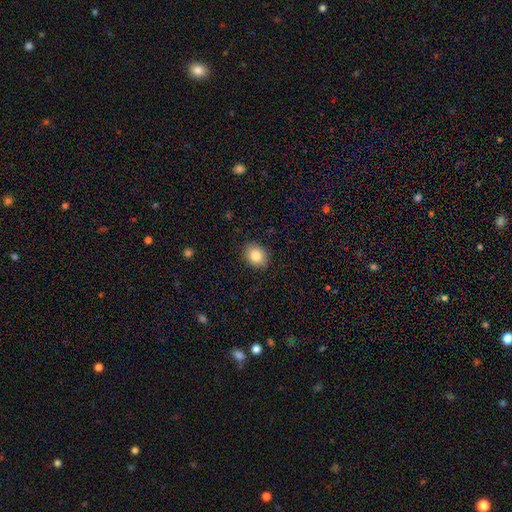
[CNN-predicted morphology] The model was most divided on "how rounded": in between: 55%, round: 44%, cigar-shaped: 1%. More confident: merging — none (89%); smooth or featured — smooth (84%).